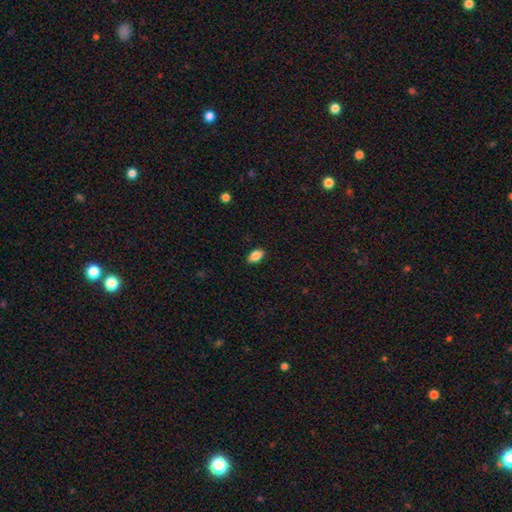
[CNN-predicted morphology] Overall: smooth (86%). How rounded: in between (90%). Merging: none (88%).